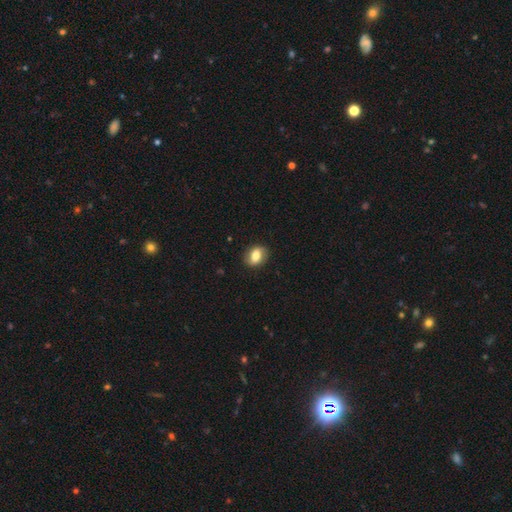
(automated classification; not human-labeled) Smooth or featured? smooth (71%)
How rounded? in between (70%)
Merging? none (84%)